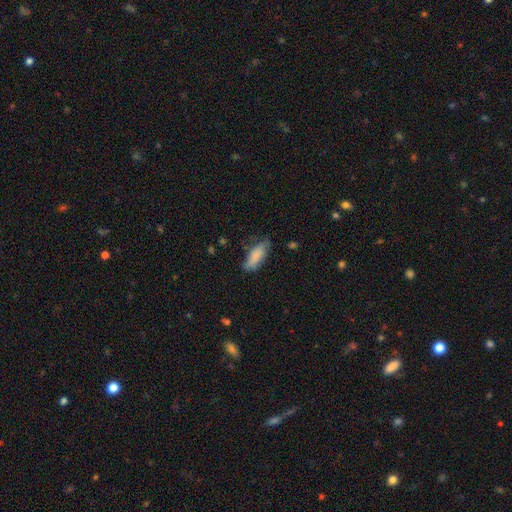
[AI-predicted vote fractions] A smooth galaxy with no disk features (82%) that is in between round and cigar-shaped (65%). Merging: none (63%).